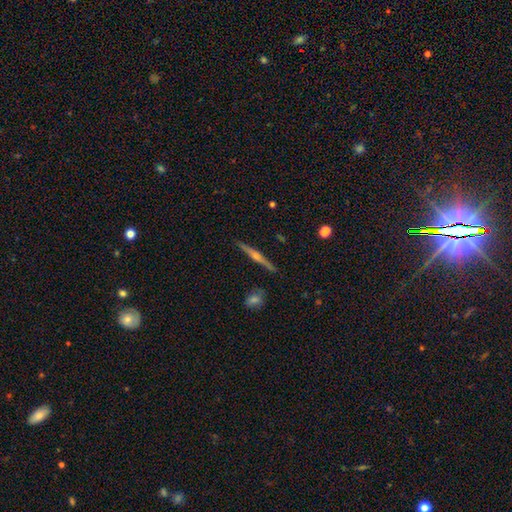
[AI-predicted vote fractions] Q: Smooth or featured?
A: featured or disk (78%); runner-up: smooth (16%)
Q: Edge-on disk?
A: yes (98%); runner-up: no (2%)
Q: Edge-on bulge?
A: rounded (85%); runner-up: none (9%)
Q: Merging?
A: none (91%); runner-up: minor disturbance (6%)